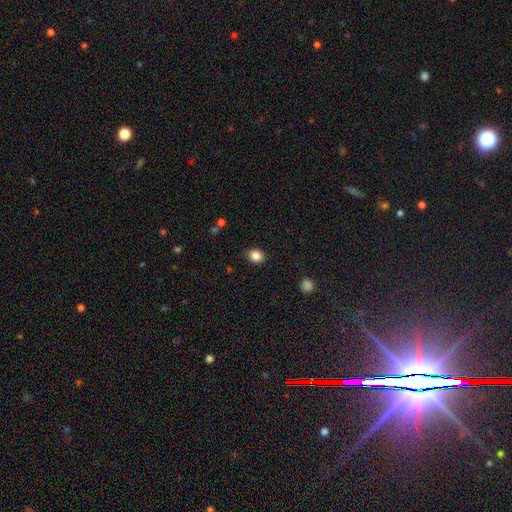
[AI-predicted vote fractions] Smooth or featured? smooth (85%)
How rounded? round (65%)
Merging? none (88%)